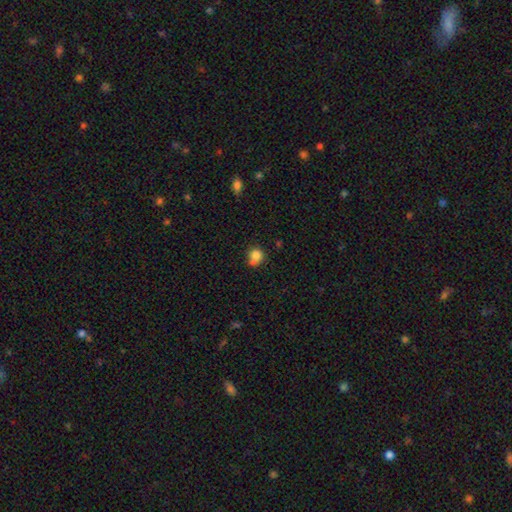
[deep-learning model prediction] smooth-or-featured: smooth: 80% | star or artifact: 11% | featured or disk: 9%
  how-rounded: round: 81% | in between: 18% | cigar-shaped: 1%
  merging: none: 47% | merger: 29% | minor disturbance: 18% | major disturbance: 7%